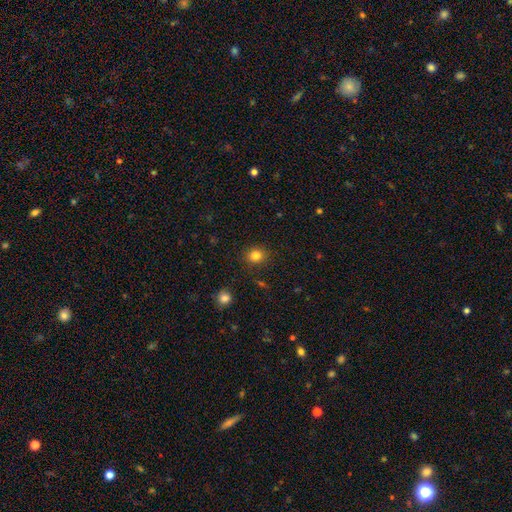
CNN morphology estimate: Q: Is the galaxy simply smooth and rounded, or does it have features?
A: smooth — 82%.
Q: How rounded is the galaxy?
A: round — 82%.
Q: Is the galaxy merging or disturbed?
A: none — 88%.